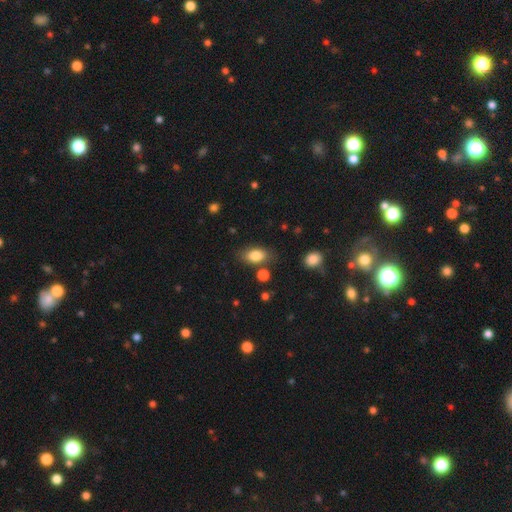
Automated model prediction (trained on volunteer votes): smooth_or_featured: smooth (p=0.83) [alt: star or artifact p=0.08]
how_rounded: in between (p=0.86) [alt: round p=0.11]
merging: none (p=0.76) [alt: minor disturbance p=0.14]